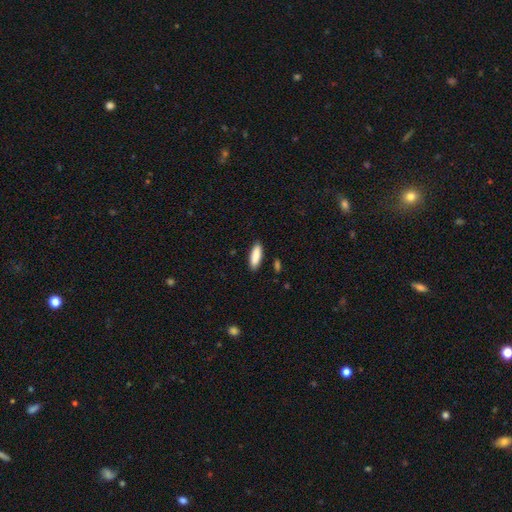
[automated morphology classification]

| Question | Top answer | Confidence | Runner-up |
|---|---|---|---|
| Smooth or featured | smooth | 89% | star or artifact (6%) |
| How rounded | in between | 50% | cigar-shaped (48%) |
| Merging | none | 88% | minor disturbance (9%) |